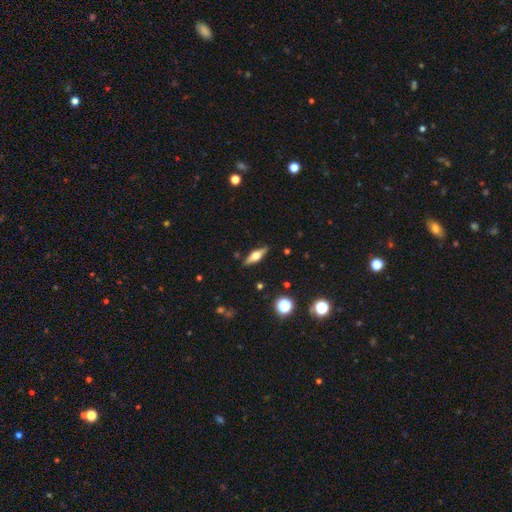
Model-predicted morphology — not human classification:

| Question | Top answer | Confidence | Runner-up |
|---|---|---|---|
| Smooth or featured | featured or disk | 56% | smooth (36%) |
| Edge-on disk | yes | 93% | no (7%) |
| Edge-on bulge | rounded | 92% | boxy (6%) |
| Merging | none | 88% | minor disturbance (9%) |